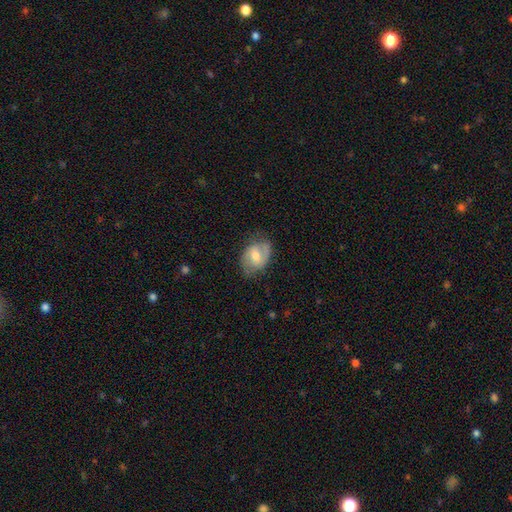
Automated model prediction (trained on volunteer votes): Morphology: type=featured or disk (53%); edge-on=no (96%); bar=weak (51%); spiral arms=yes (74%); bulge=moderate (64%); merging=none (69%).